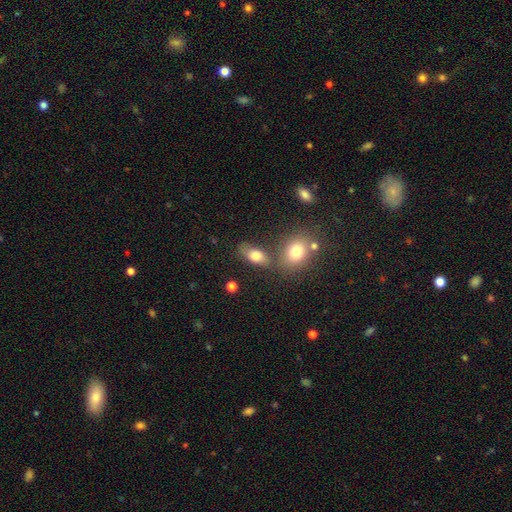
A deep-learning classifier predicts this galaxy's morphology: A smooth galaxy with no disk features (76%) that is in between round and cigar-shaped (84%). Merging: none (63%).